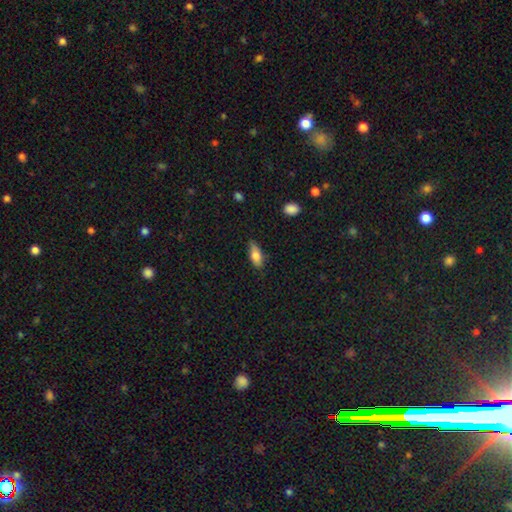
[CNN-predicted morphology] Smooth or featured? smooth (75%)
How rounded? in between (74%)
Merging? none (74%)